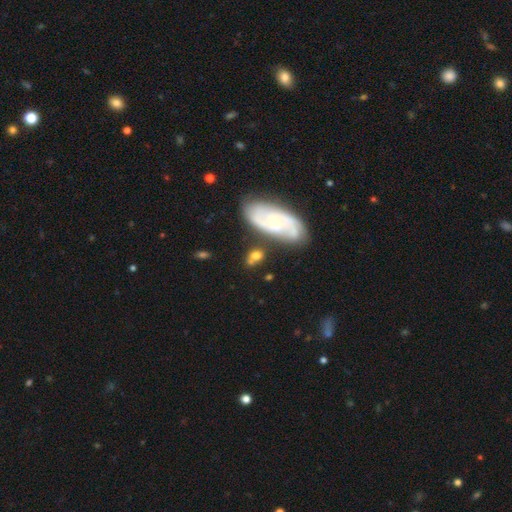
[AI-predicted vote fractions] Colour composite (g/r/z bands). It shows a smooth galaxy with no disk features (51%) that is in between round and cigar-shaped (59%). Merging: none (59%).